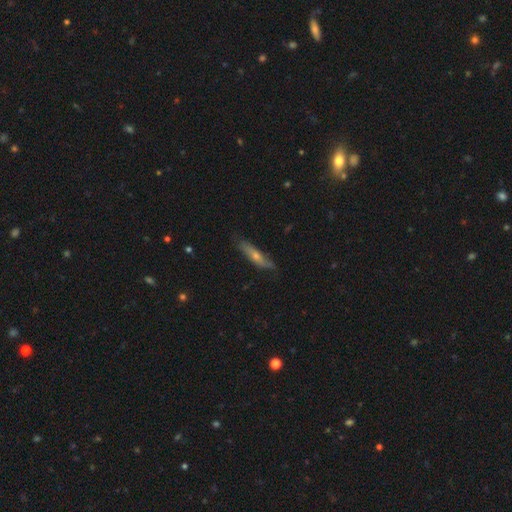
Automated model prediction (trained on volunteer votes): featured or disk 51%, smooth 41%, star or artifact 8%. Down the decision tree: edge-on disk — yes (76%); merging — none (80%).